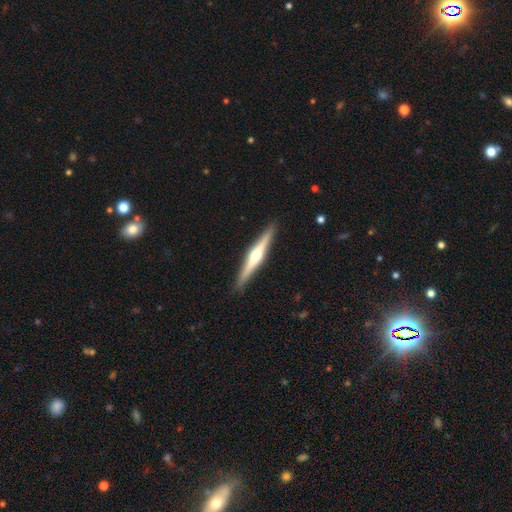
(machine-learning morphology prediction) Smooth or featured? Predicted: featured or disk (p=0.70). Edge-on disk? Predicted: yes (p=0.98). Edge-on bulge? Predicted: rounded (p=0.90). Merging? Predicted: none (p=0.92).